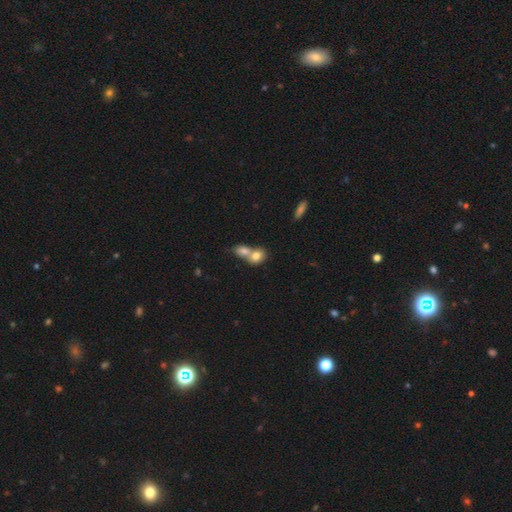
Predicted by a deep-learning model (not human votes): smooth-or-featured: smooth: 76% | featured or disk: 15% | star or artifact: 9%
  how-rounded: round: 57% | in between: 42% | cigar-shaped: 2%
  merging: merger: 71% | none: 21% | minor disturbance: 5% | major disturbance: 2%